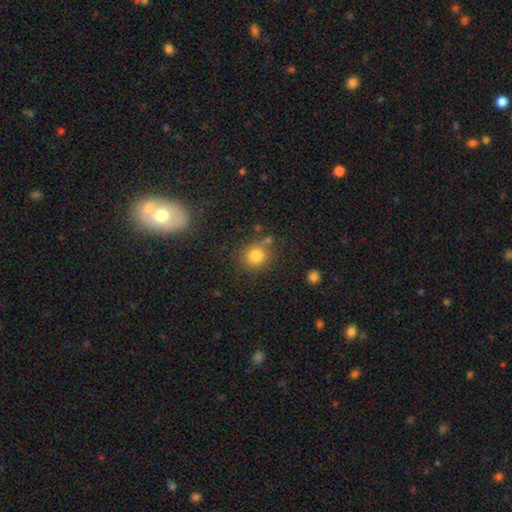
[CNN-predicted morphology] A smooth galaxy with no disk features (80%) that is round (86%). Merging: none (71%).